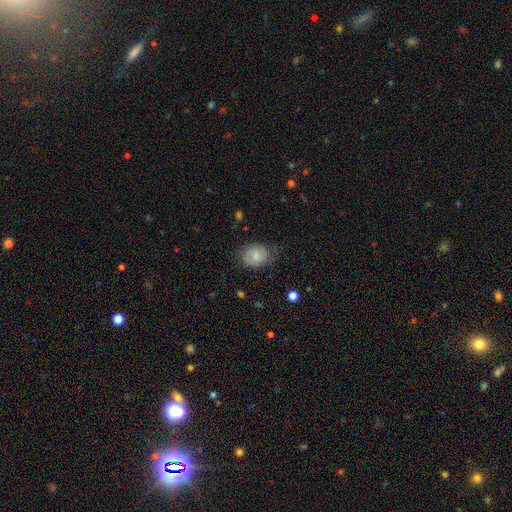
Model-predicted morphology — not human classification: Smooth or featured? smooth (73%)
How rounded? in between (61%)
Merging? none (66%)